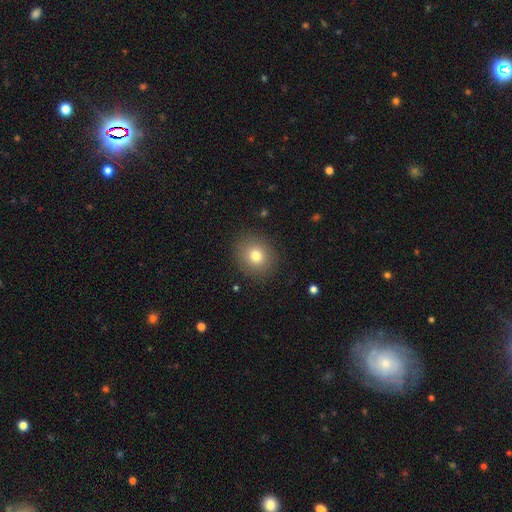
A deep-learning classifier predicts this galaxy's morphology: smooth_or_featured: smooth (p=0.78) [alt: star or artifact p=0.12]
how_rounded: round (p=0.79) [alt: in between p=0.20]
merging: none (p=0.88) [alt: minor disturbance p=0.08]